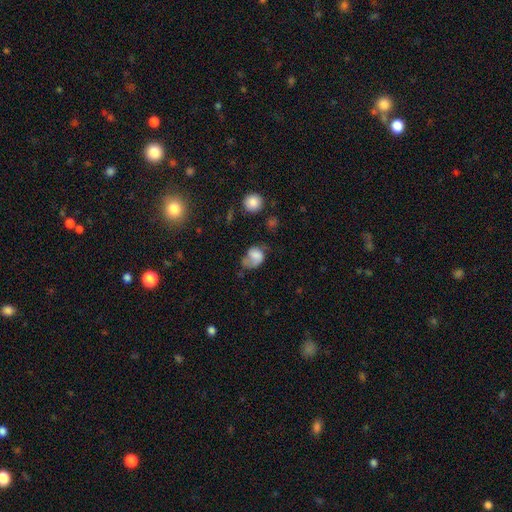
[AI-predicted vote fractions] Smooth or featured? Predicted: smooth (p=0.56). How rounded? Predicted: in between (p=0.60). Merging? Predicted: major disturbance (p=0.36).